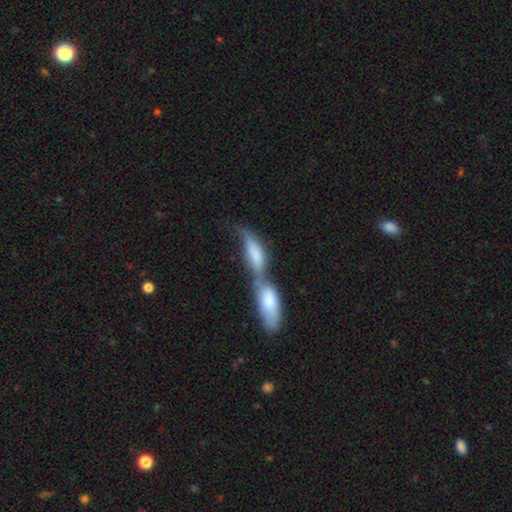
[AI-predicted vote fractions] This is likely a smooth galaxy (64%). How rounded: possibly in between (56%). Merging: likely merger (76%).